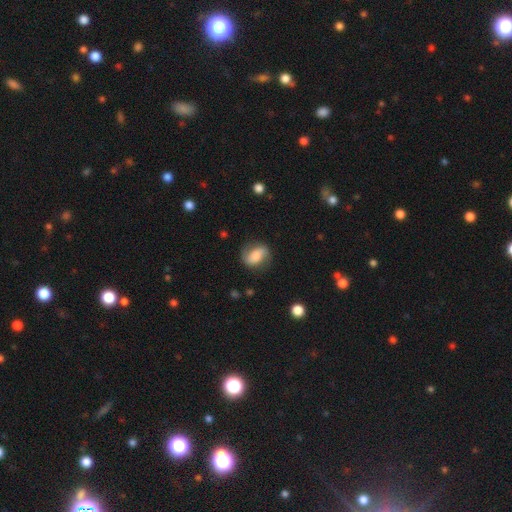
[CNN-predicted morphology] Smooth or featured?
  - featured or disk: 48% *
  - smooth: 44%
  - star or artifact: 8%
Merging?
  - none: 75% *
  - minor disturbance: 17%
  - major disturbance: 6%
  - merger: 1%